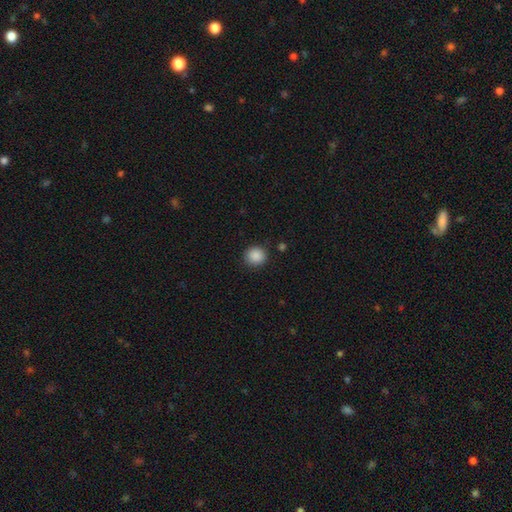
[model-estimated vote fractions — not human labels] smooth_or_featured: smooth (p=0.88) [alt: star or artifact p=0.09]
how_rounded: round (p=0.91) [alt: in between p=0.08]
merging: none (p=0.87) [alt: minor disturbance p=0.08]